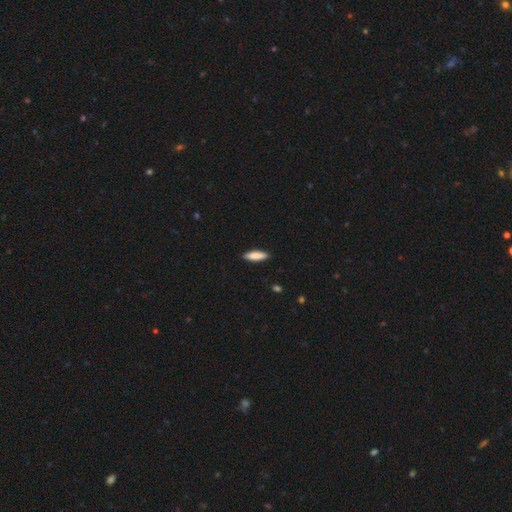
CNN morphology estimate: smooth_or_featured: smooth (p=0.84) [alt: featured or disk p=0.11]
how_rounded: cigar-shaped (p=0.60) [alt: in between p=0.38]
merging: none (p=0.90) [alt: minor disturbance p=0.07]